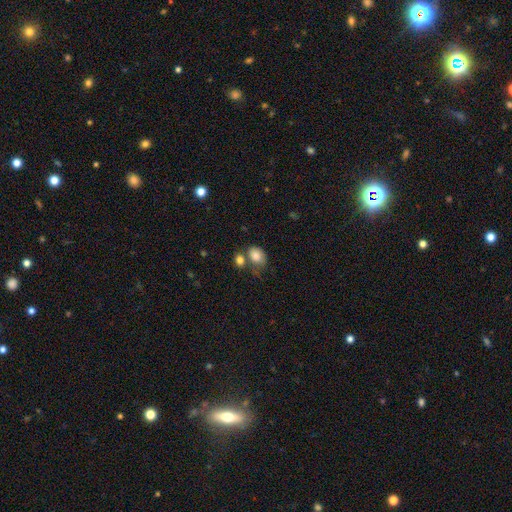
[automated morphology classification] This appears to be a smooth galaxy with no disk features (83%) that is in between round and cigar-shaped (70%). Merging: none (40%).